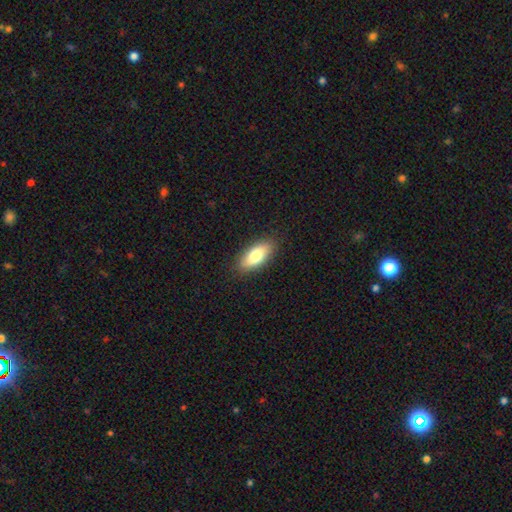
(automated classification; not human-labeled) Smooth or featured? Predicted: smooth (p=0.78). How rounded? Predicted: in between (p=0.83). Merging? Predicted: none (p=0.87).